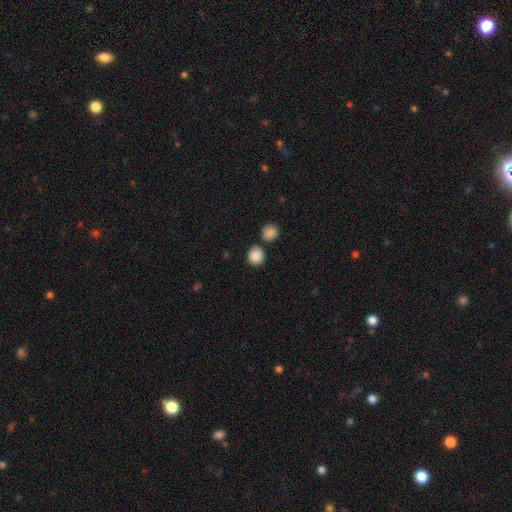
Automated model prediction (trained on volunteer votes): This appears to be a smooth galaxy with no disk features (88%) that is round (86%). Merging: none (76%).